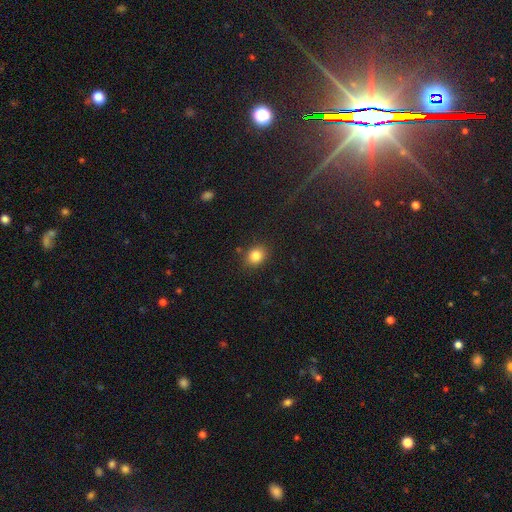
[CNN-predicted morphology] type=smooth (83%); roundness=round (57%); merging=none (85%).